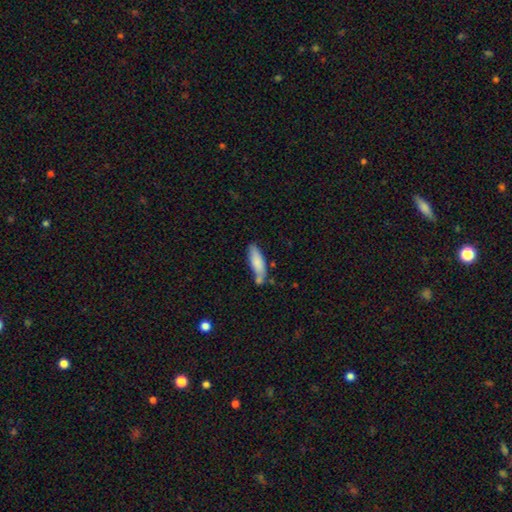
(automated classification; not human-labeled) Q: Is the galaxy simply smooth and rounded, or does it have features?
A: smooth — 80%.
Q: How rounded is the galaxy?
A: cigar-shaped — 52%.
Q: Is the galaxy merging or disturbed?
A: none — 59%.